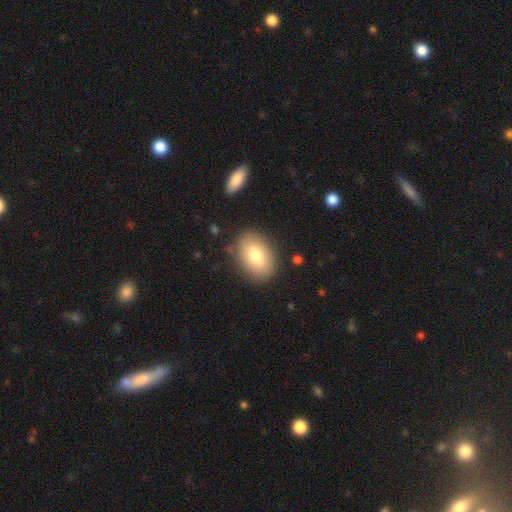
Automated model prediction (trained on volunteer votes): Smooth or featured: smooth — 77% (featured or disk — 16%)
How rounded: in between — 82% (round — 16%)
Merging: none — 84% (minor disturbance — 10%)